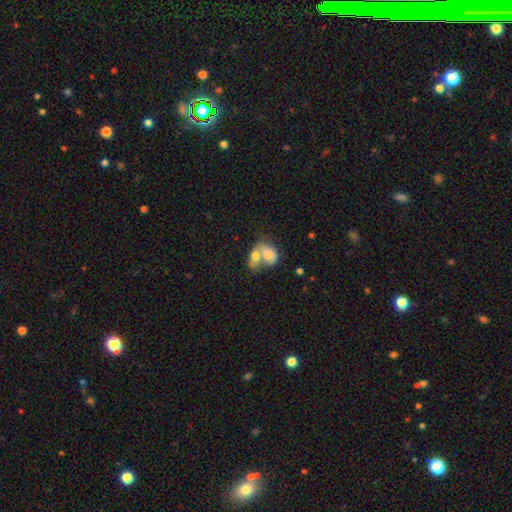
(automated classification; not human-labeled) Q: Smooth or featured?
A: smooth (51%); runner-up: featured or disk (31%)
Q: How rounded?
A: in between (61%); runner-up: round (35%)
Q: Merging?
A: merger (62%); runner-up: none (23%)